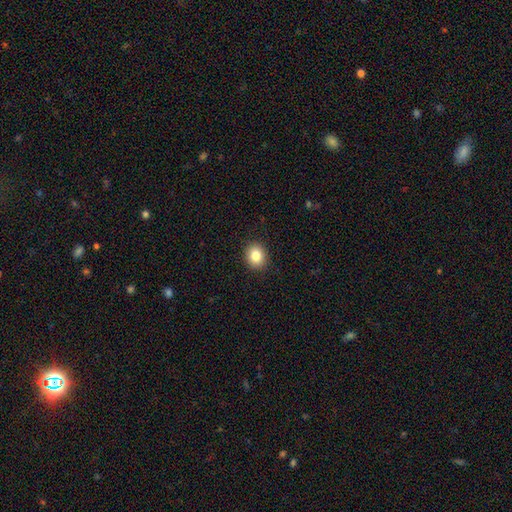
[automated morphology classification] smooth 84%, star or artifact 10%, featured or disk 7%. Down the decision tree: how rounded — round (69%); merging — none (91%).